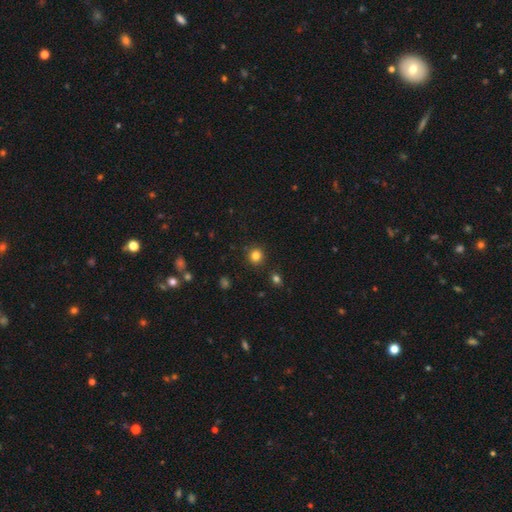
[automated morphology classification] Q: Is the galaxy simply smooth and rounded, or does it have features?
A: smooth — 82%.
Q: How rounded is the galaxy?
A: round — 92%.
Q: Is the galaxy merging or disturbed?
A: none — 90%.